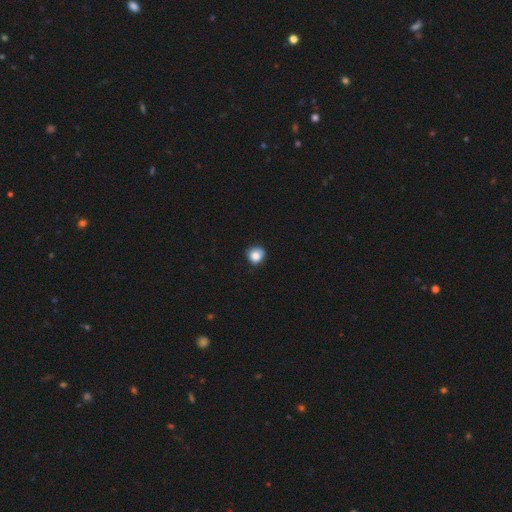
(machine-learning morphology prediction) The model was most divided on "merging": none: 71%, minor disturbance: 23%, major disturbance: 4%, merger: 2%. More confident: how rounded — round (85%); smooth or featured — smooth (83%).